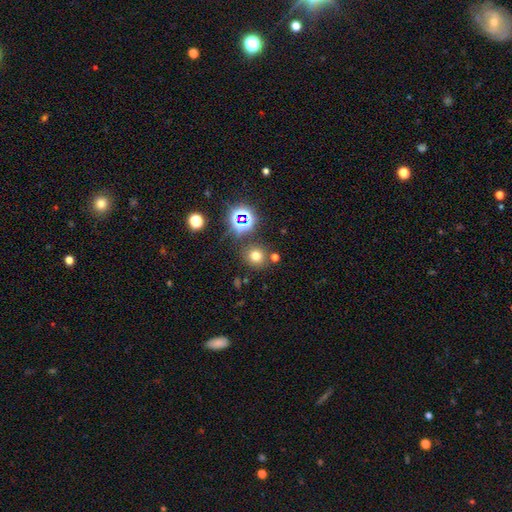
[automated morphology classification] A smooth galaxy with no disk features (65%) that is round (87%).

Vote fractions:
- Smooth or featured? smooth: 65% / star or artifact: 26% / featured or disk: 9%
- How rounded? round: 87% / in between: 12% / cigar-shaped: 1%
- Merging? none: 80% / minor disturbance: 9% / merger: 7% / major disturbance: 4%